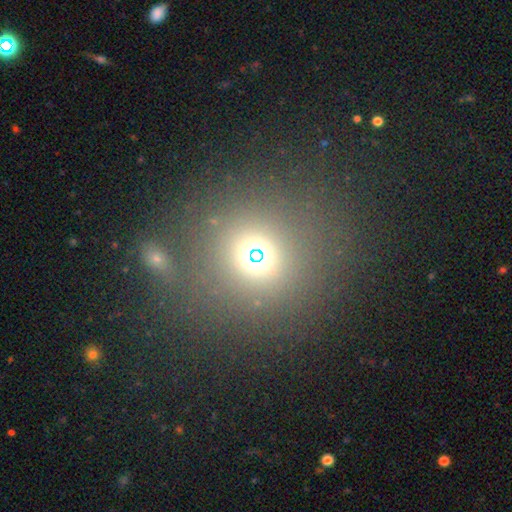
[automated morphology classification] A smooth galaxy with no disk features (54%) that is round (81%). Merging: none (78%).